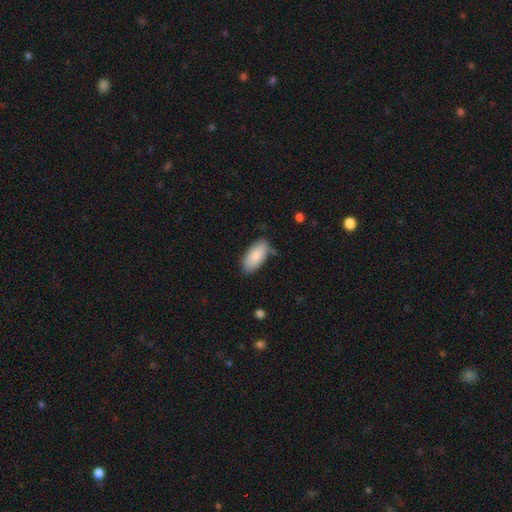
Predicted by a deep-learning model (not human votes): Smooth or featured: smooth — 86% (featured or disk — 8%)
How rounded: in between — 92% (cigar-shaped — 6%)
Merging: none — 77% (minor disturbance — 17%)